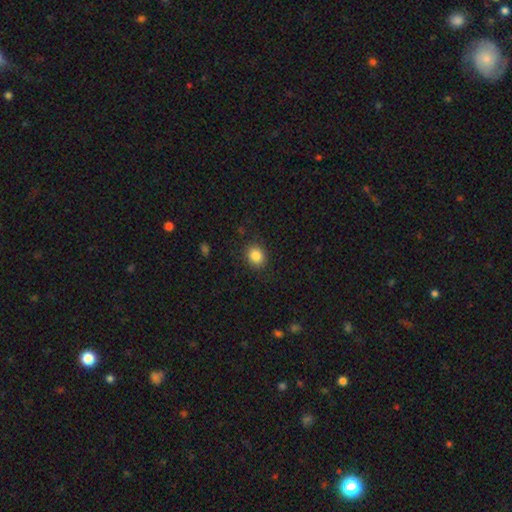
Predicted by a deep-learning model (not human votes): Morphology: type=smooth (85%); roundness=round (64%); merging=none (87%).